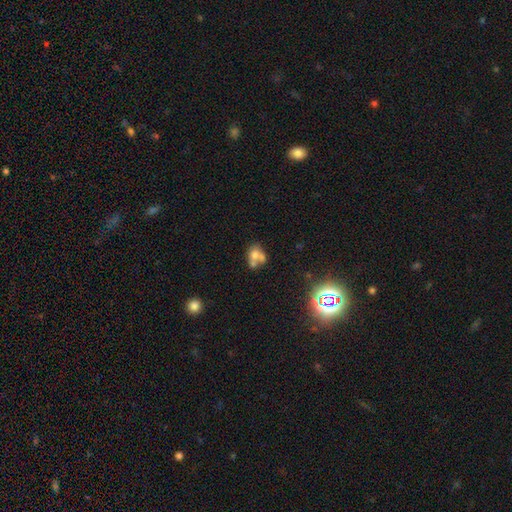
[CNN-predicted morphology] Q: Smooth or featured?
A: smooth (58%); runner-up: featured or disk (28%)
Q: How rounded?
A: in between (54%); runner-up: round (45%)
Q: Merging?
A: merger (55%); runner-up: none (27%)